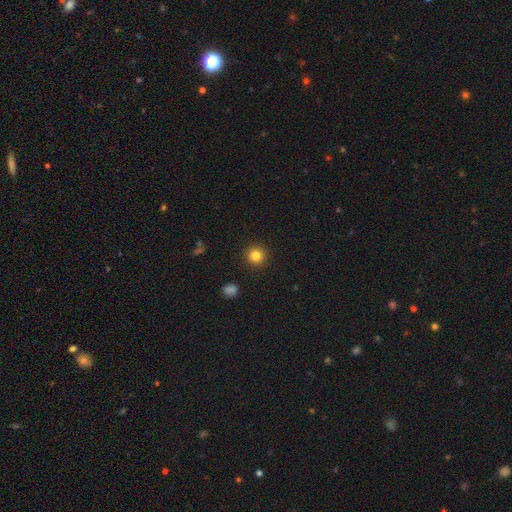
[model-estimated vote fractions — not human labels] Smooth or featured? Predicted: smooth (p=0.83). How rounded? Predicted: round (p=0.95). Merging? Predicted: none (p=0.92).